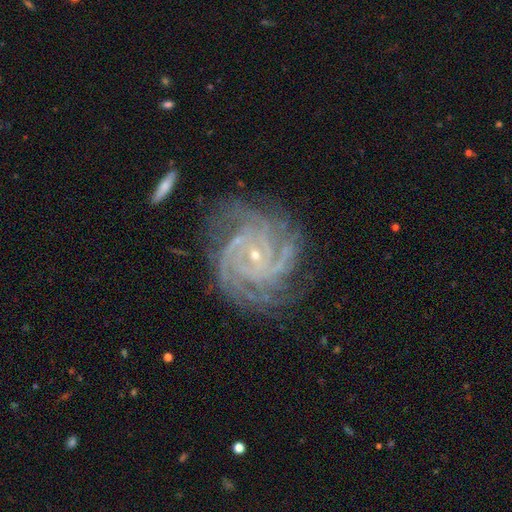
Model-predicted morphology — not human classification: Smooth or featured?
  - featured or disk: 91% *
  - star or artifact: 6%
  - smooth: 3%
Edge-on disk?
  - no: 98% *
  - yes: 2%
Bar?
  - no: 63% *
  - weak: 26%
  - strong: 11%
Spiral arms?
  - yes: 98% *
  - no: 2%
Spiral winding?
  - tight: 74% *
  - medium: 23%
  - loose: 3%
Spiral arm count?
  - 4: 32% *
  - 3: 20%
  - more than 4: 15%
  - can't tell: 14%
  - 2: 11%
  - 1: 7%
Bulge size?
  - small: 85% *
  - moderate: 12%
  - none: 2%
  - large: 1%
  - dominant: 1%
Merging?
  - none: 70% *
  - minor disturbance: 19%
  - major disturbance: 8%
  - merger: 3%